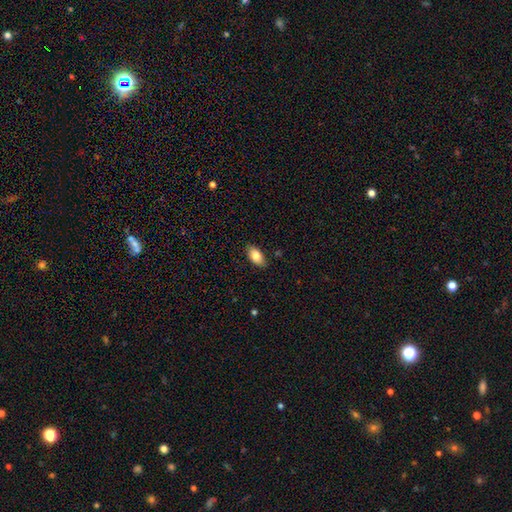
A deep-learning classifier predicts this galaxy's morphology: smooth_or_featured: smooth (p=0.83) [alt: featured or disk p=0.10]
how_rounded: in between (p=0.92) [alt: cigar-shaped p=0.04]
merging: none (p=0.86) [alt: minor disturbance p=0.11]